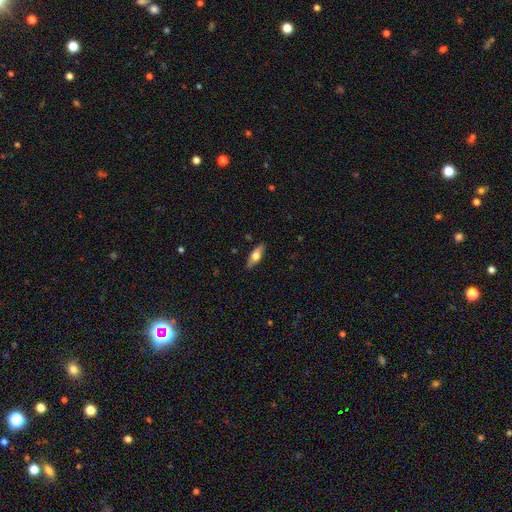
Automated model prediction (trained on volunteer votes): This appears to be a smooth galaxy with no disk features (55%) that is in between round and cigar-shaped (66%). Merging: none (85%).